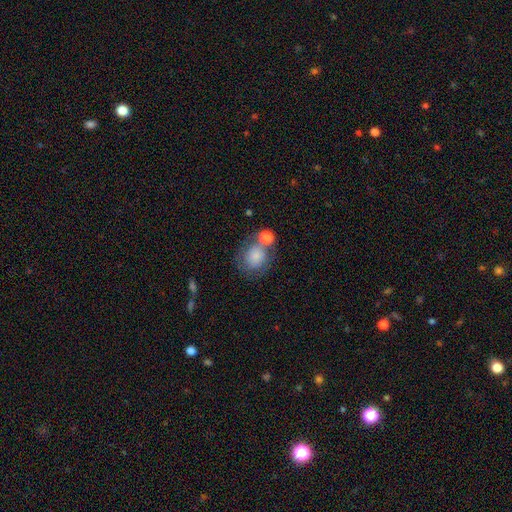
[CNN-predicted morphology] Q: Smooth or featured?
A: smooth (76%); runner-up: featured or disk (15%)
Q: How rounded?
A: round (72%); runner-up: in between (27%)
Q: Merging?
A: none (46%); runner-up: merger (28%)